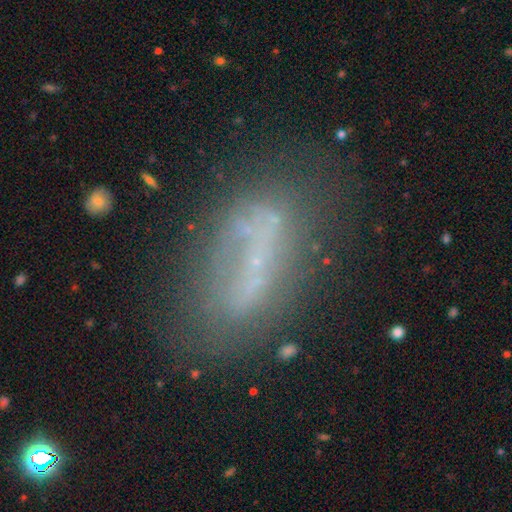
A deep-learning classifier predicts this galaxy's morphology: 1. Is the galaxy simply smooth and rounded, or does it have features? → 47% featured or disk, 37% smooth, 16% star or artifact.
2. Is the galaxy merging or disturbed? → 54% none, 23% minor disturbance, 17% major disturbance, 6% merger.